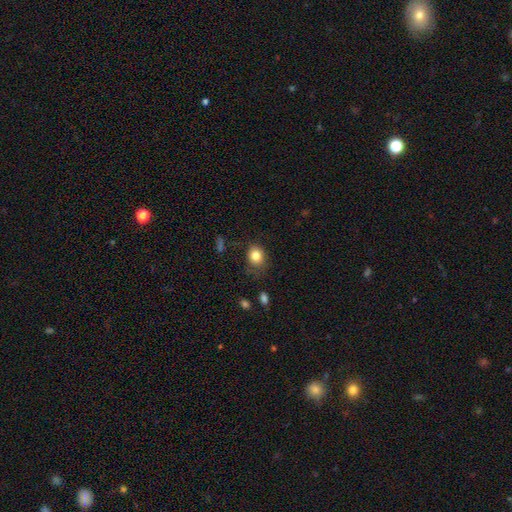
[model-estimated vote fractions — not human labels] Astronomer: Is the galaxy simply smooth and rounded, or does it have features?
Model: smooth — 83%.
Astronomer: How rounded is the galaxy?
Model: round — 64%.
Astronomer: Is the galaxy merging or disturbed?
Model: none — 68%.